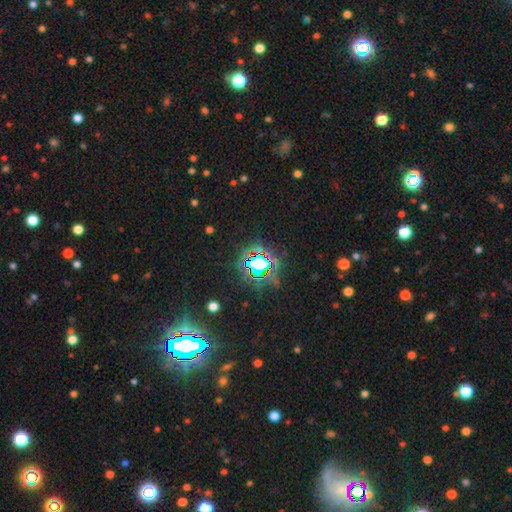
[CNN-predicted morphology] Smooth or featured? Predicted: star or artifact (p=0.82).